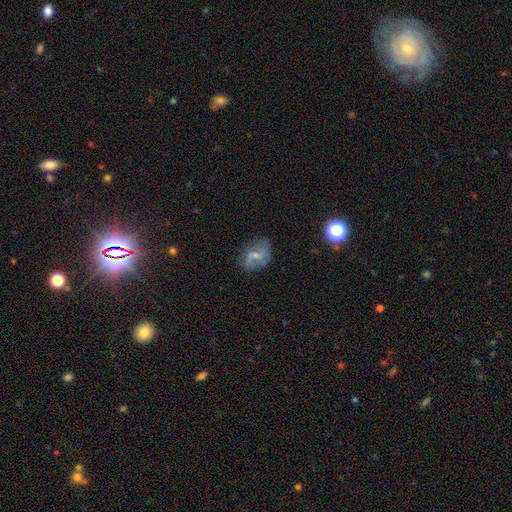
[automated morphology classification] Q: Smooth or featured?
A: featured or disk (63%); runner-up: smooth (28%)
Q: Edge-on disk?
A: no (97%); runner-up: yes (3%)
Q: Bar?
A: weak (50%); runner-up: no (35%)
Q: Spiral arms?
A: yes (80%); runner-up: no (20%)
Q: Bulge size?
A: small (54%); runner-up: moderate (30%)
Q: Merging?
A: none (60%); runner-up: minor disturbance (24%)